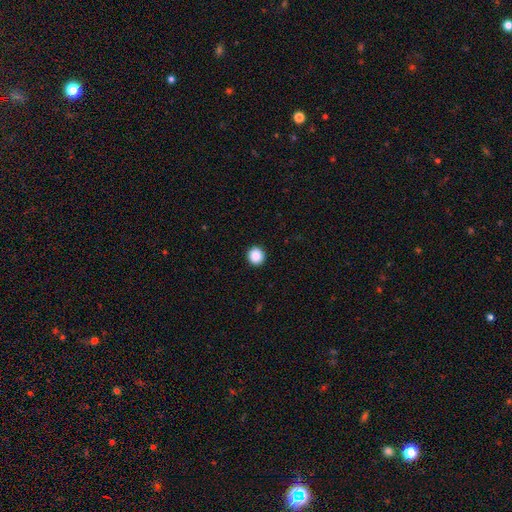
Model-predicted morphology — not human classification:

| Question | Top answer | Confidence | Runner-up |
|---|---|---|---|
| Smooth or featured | smooth | 89% | star or artifact (9%) |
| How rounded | round | 94% | in between (5%) |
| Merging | none | 93% | minor disturbance (4%) |